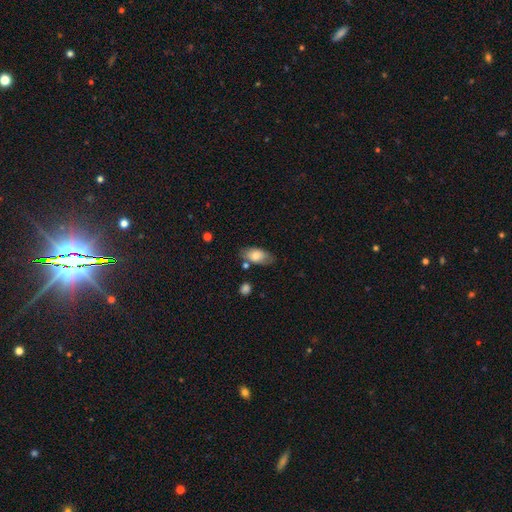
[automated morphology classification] smooth_or_featured: smooth (p=0.72) [alt: featured or disk p=0.21]
how_rounded: in between (p=0.91) [alt: round p=0.05]
merging: none (p=0.71) [alt: minor disturbance p=0.19]